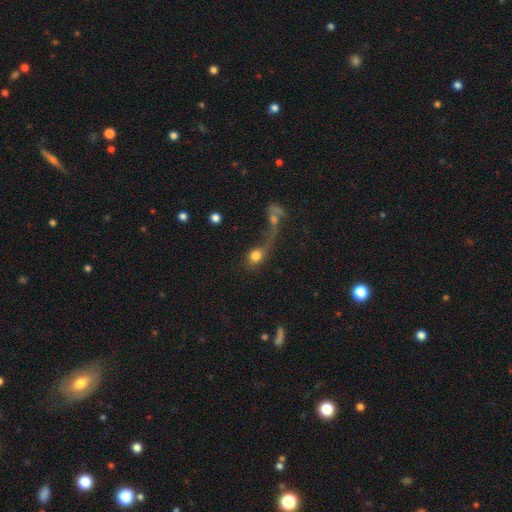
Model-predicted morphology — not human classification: smooth_or_featured: smooth (p=0.71) [alt: featured or disk p=0.17]
how_rounded: round (p=0.54) [alt: in between p=0.42]
merging: merger (p=0.52) [alt: none p=0.21]